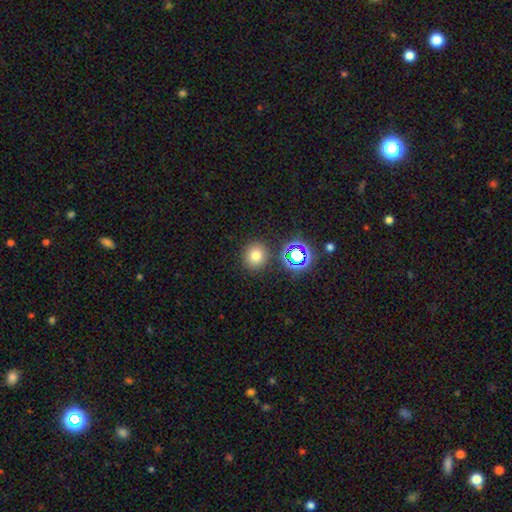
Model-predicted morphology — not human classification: type=smooth (71%); roundness=round (90%); merging=none (85%).